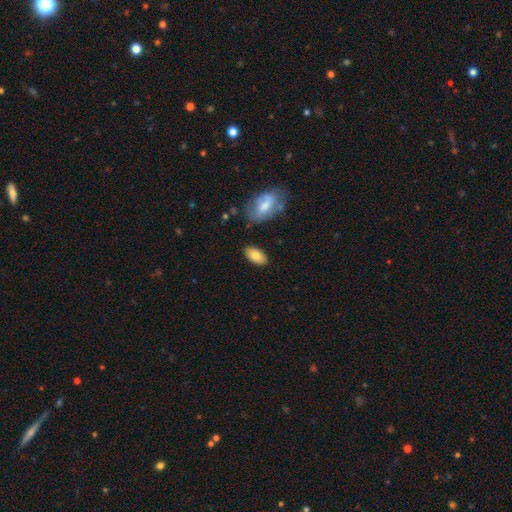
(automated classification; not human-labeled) The model was most divided on "smooth or featured": smooth: 81%, featured or disk: 12%, star or artifact: 7%. More confident: how rounded — in between (94%); merging — none (84%).